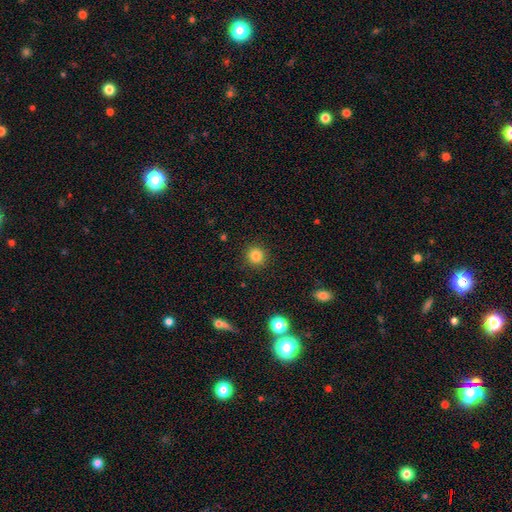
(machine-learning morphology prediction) Q: Smooth or featured?
A: smooth (83%); runner-up: star or artifact (12%)
Q: How rounded?
A: round (92%); runner-up: in between (7%)
Q: Merging?
A: none (91%); runner-up: minor disturbance (6%)